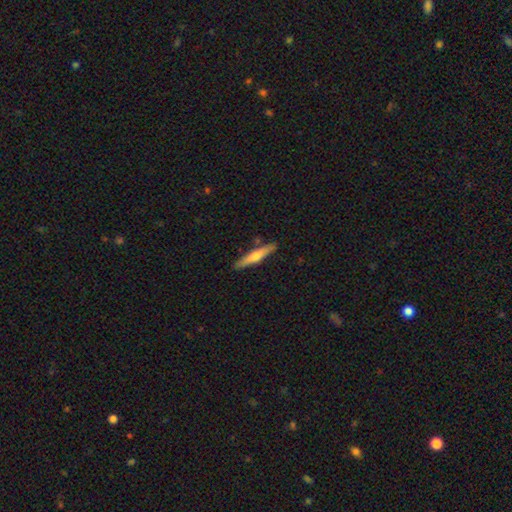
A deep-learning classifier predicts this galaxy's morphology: This appears to be a smooth galaxy with no disk features (49%). Merging: none (87%).